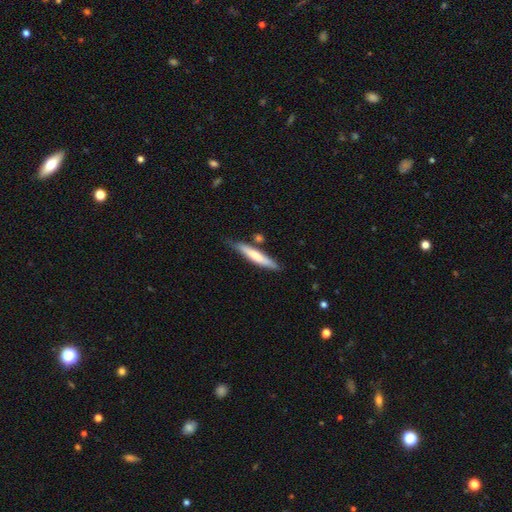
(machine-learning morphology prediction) A smooth galaxy with no disk features (64%) that is cigar-shaped (90%). Merging: none (75%).